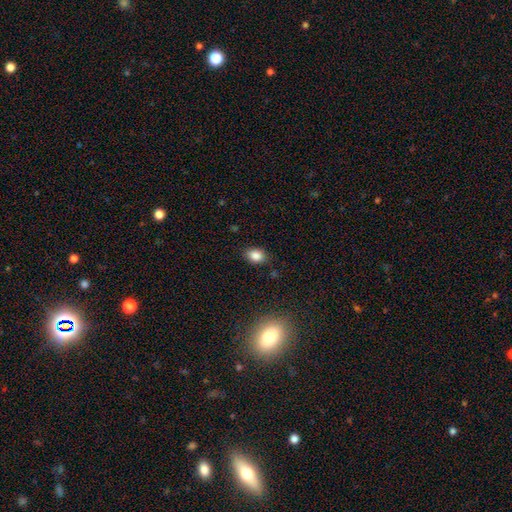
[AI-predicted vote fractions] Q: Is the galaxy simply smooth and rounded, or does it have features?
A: smooth — 85%.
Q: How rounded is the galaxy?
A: in between — 70%.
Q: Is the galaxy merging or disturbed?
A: none — 84%.